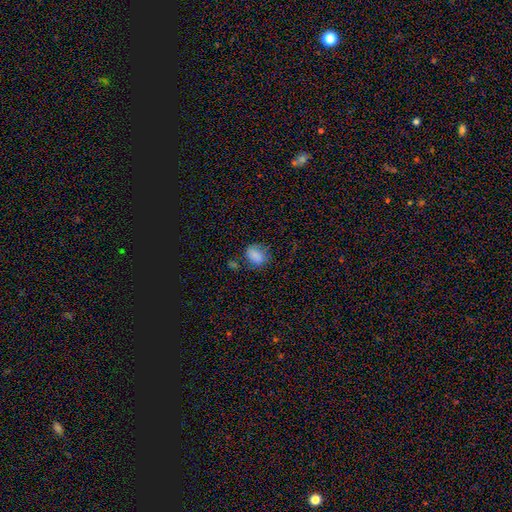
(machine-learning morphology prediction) Smooth or featured? Predicted: smooth (p=0.81). How rounded? Predicted: in between (p=0.64). Merging? Predicted: none (p=0.58).